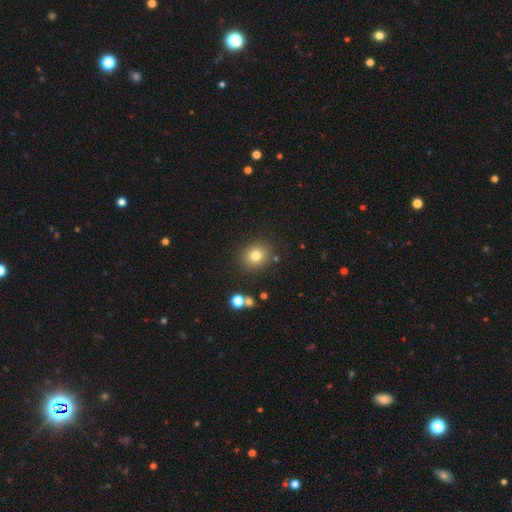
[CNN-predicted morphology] Overall: smooth (79%). How rounded: round (79%). Merging: none (86%).